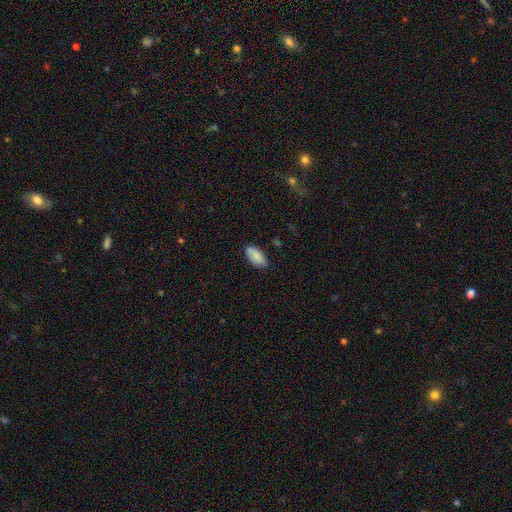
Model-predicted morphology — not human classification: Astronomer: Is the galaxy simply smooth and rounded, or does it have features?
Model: smooth — 82%.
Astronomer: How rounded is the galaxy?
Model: in between — 93%.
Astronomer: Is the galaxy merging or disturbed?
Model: none — 75%.